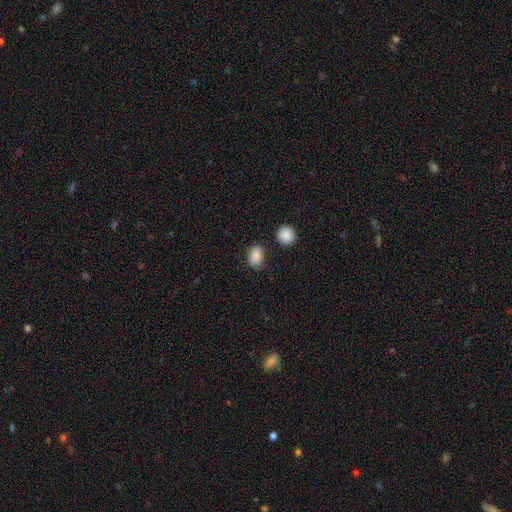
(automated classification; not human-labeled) smooth 86%, star or artifact 9%, featured or disk 5%. Down the decision tree: how rounded — in between (79%); merging — none (75%).